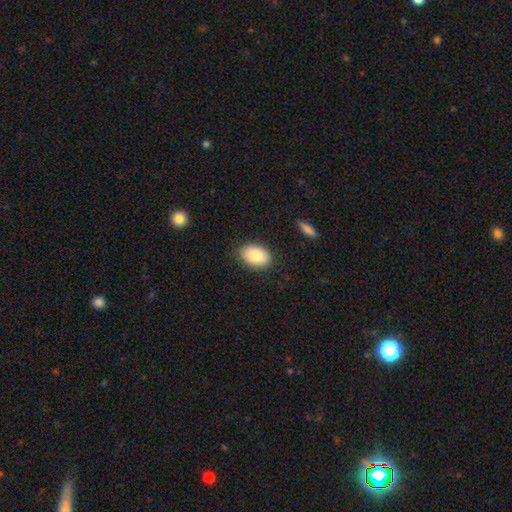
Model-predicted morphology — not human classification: type=smooth (85%); roundness=in between (89%); merging=none (85%).